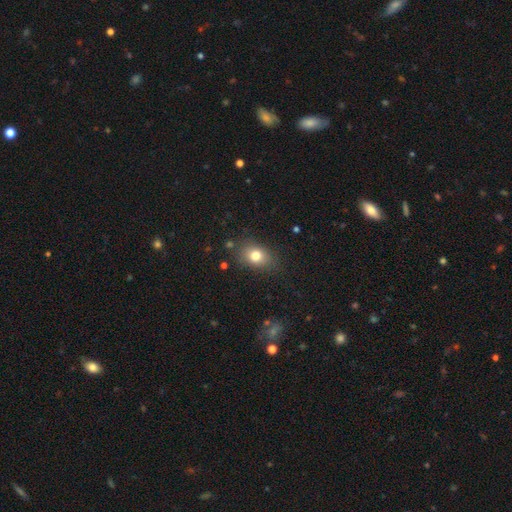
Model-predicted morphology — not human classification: type=smooth (79%); roundness=in between (68%); merging=none (78%).